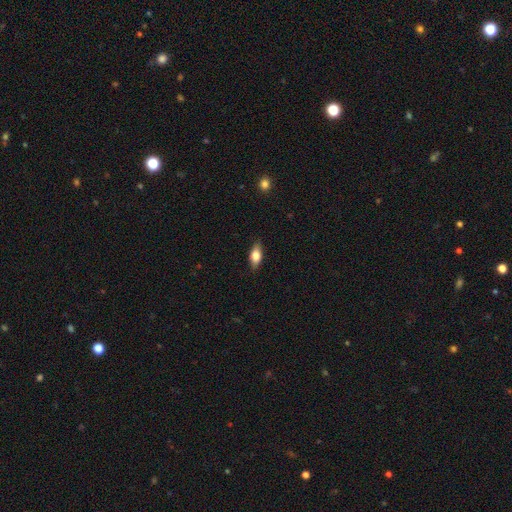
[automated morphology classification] This is likely a smooth galaxy (72%). How rounded: clearly in between (80%). Merging: clearly none (84%).